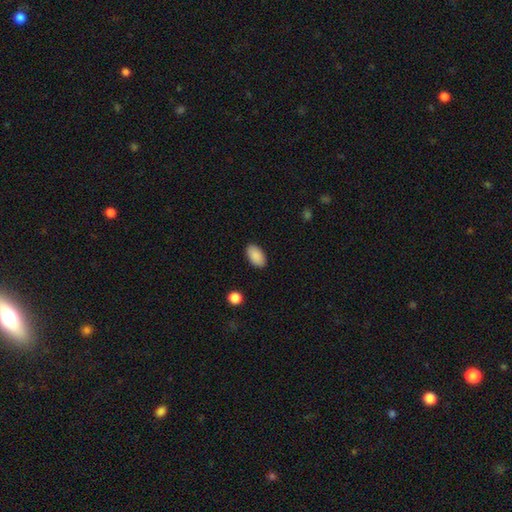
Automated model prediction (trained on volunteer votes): A smooth galaxy with no disk features (90%) that is in between round and cigar-shaped (95%).

Vote fractions:
- Smooth or featured? smooth: 90% / star or artifact: 7% / featured or disk: 4%
- How rounded? in between: 95% / round: 4% / cigar-shaped: 2%
- Merging? none: 89% / minor disturbance: 8% / major disturbance: 2% / merger: 1%